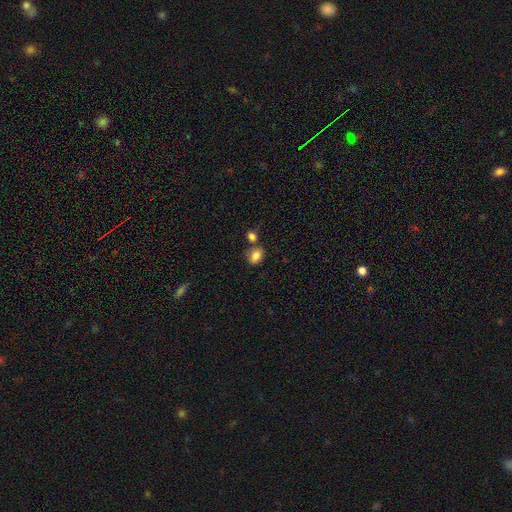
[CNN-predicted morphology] Smooth or featured? Predicted: smooth (p=0.84). How rounded? Predicted: in between (p=0.63). Merging? Predicted: none (p=0.59).